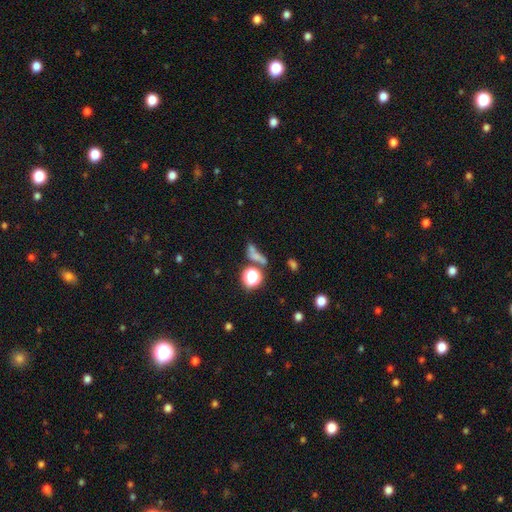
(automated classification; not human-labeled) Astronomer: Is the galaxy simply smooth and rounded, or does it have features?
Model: smooth — 56%.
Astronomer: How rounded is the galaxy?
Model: in between — 41% (runner-up: round, 40%).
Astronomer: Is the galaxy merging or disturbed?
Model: none — 41% (runner-up: merger, 30%).